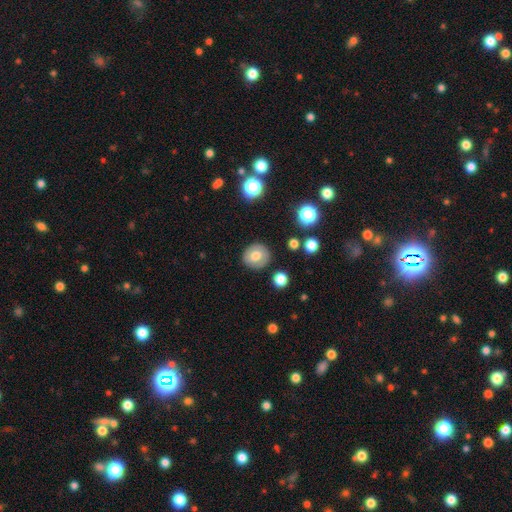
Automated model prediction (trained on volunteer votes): This is likely a smooth galaxy (69%). How rounded: clearly round (85%). Merging: clearly none (87%).